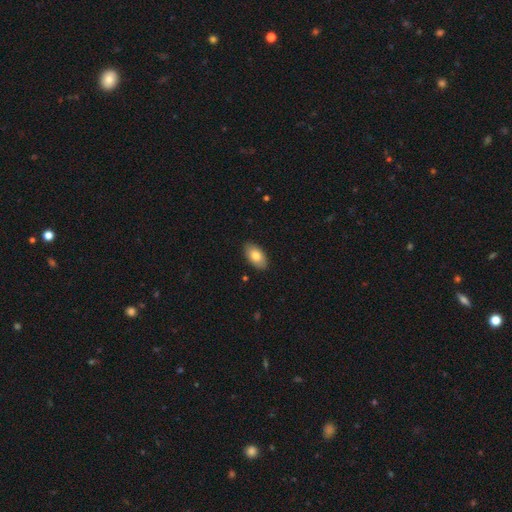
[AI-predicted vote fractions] This appears to be a smooth galaxy with no disk features (81%) that is in between round and cigar-shaped (94%). Merging: none (88%).